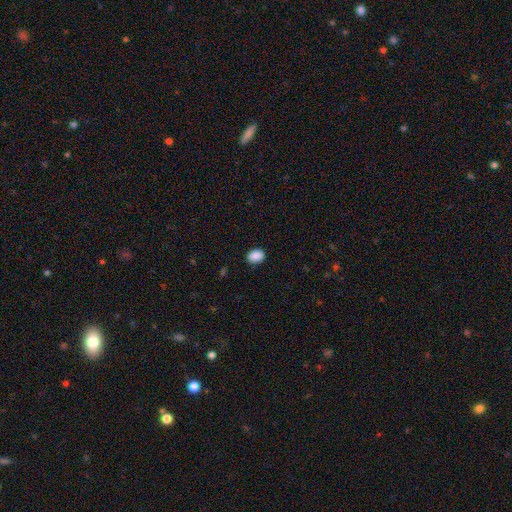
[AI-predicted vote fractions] smooth_or_featured: smooth (p=0.89) [alt: star or artifact p=0.08]
how_rounded: in between (p=0.68) [alt: round p=0.31]
merging: none (p=0.86) [alt: minor disturbance p=0.11]